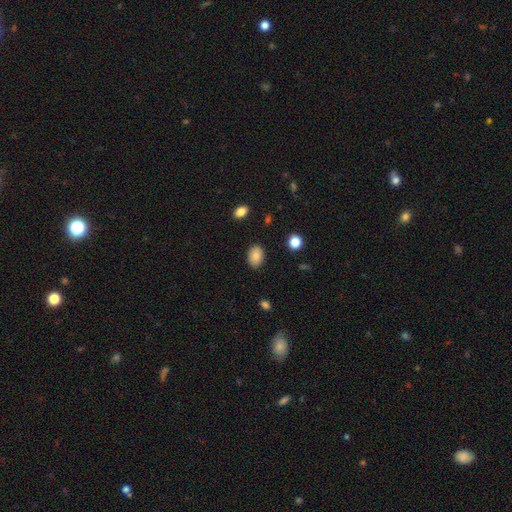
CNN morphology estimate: A smooth galaxy with no disk features (84%) that is in between round and cigar-shaped (78%). Merging: none (87%).